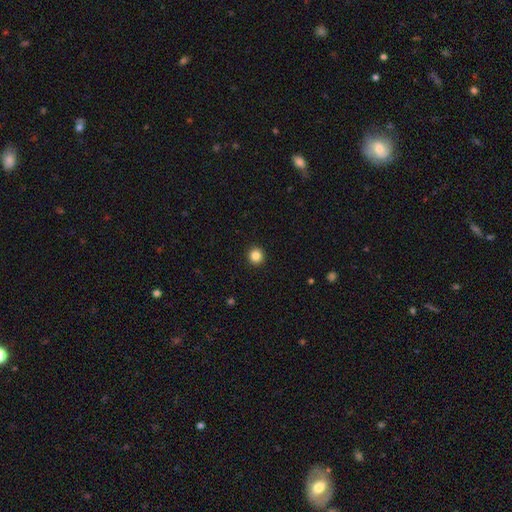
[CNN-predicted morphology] Smooth or featured? Predicted: smooth (p=0.85). How rounded? Predicted: round (p=0.94). Merging? Predicted: none (p=0.94).